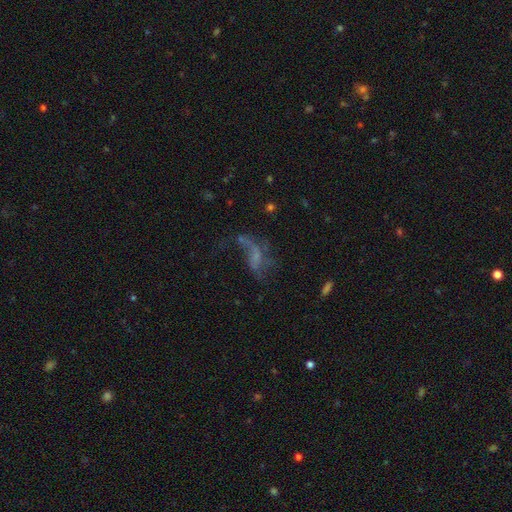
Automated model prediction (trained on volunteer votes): featured or disk 53%, smooth 27%, star or artifact 20%. Down the decision tree: edge-on disk — no (93%); merging — major disturbance (45%).